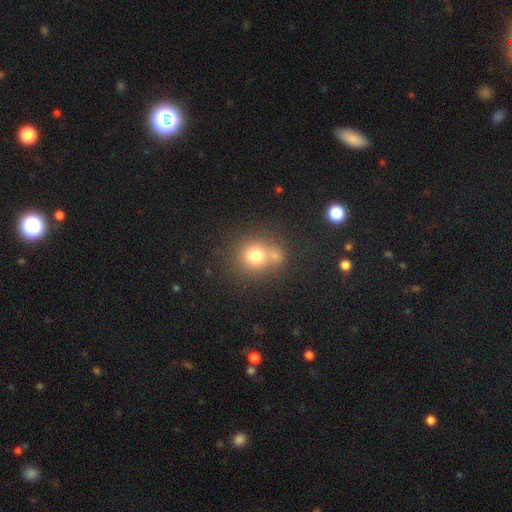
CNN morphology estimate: Smooth or featured? Predicted: smooth (p=0.74). How rounded? Predicted: round (p=0.83). Merging? Predicted: none (p=0.49).